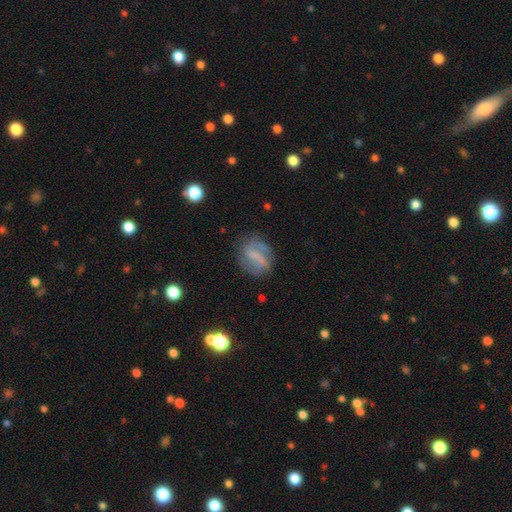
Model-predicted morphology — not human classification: A featured or disk galaxy (64%) with a weak bar (41%), spiral arms (79%) and no central bulge (53%). Merging: none (68%).